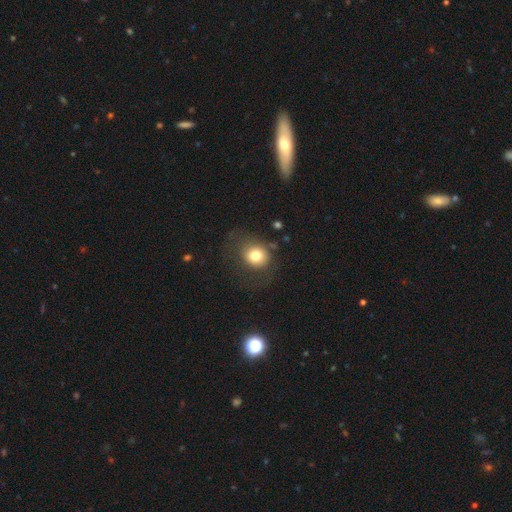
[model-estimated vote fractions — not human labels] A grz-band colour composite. It shows a smooth galaxy with no disk features (75%) that is round (79%). Merging: none (63%).